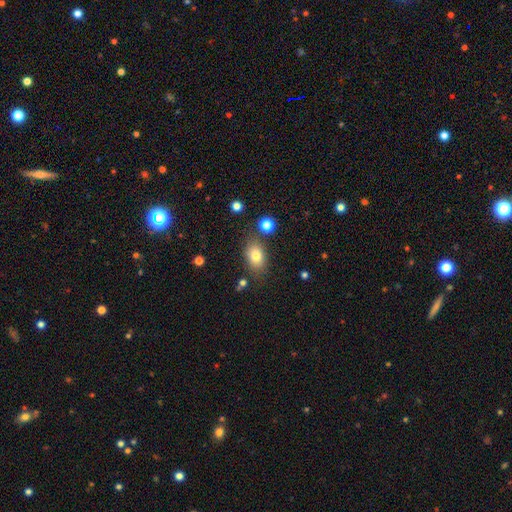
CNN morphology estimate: Overall: smooth (79%). How rounded: in between (81%). Merging: none (75%).